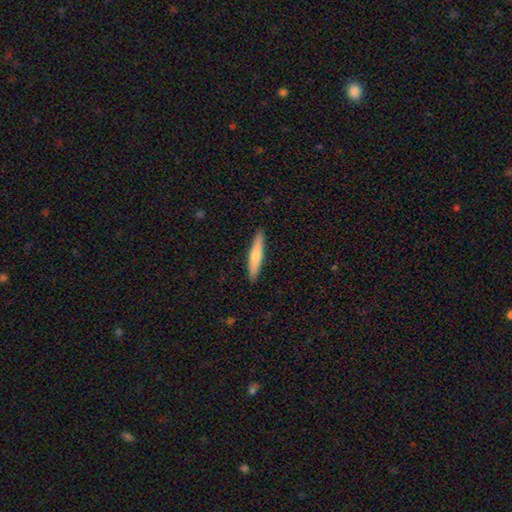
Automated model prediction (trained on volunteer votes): Morphology: type=smooth (69%); roundness=cigar-shaped (91%); merging=none (91%).